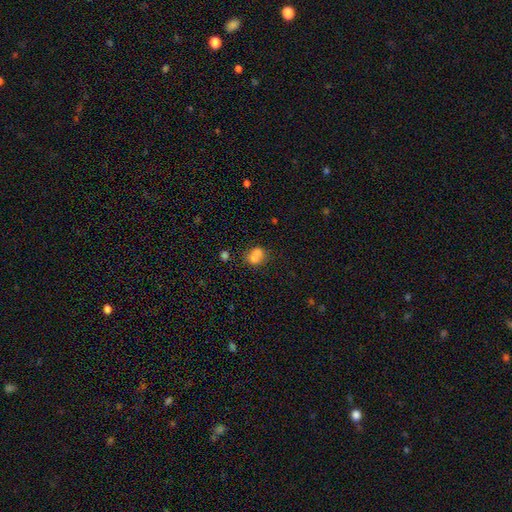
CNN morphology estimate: smooth-or-featured: smooth: 69% | featured or disk: 19% | star or artifact: 12%
  how-rounded: round: 64% | in between: 35% | cigar-shaped: 1%
  merging: merger: 59% | none: 29% | minor disturbance: 8% | major disturbance: 4%